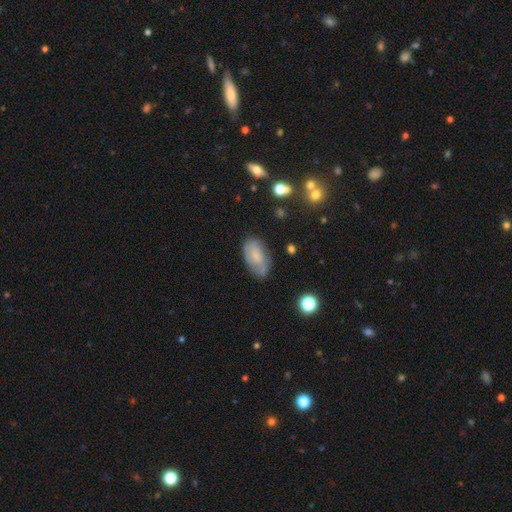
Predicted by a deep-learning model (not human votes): This appears to be a smooth galaxy with no disk features (54%) that is in between round and cigar-shaped (92%). Merging: none (62%).